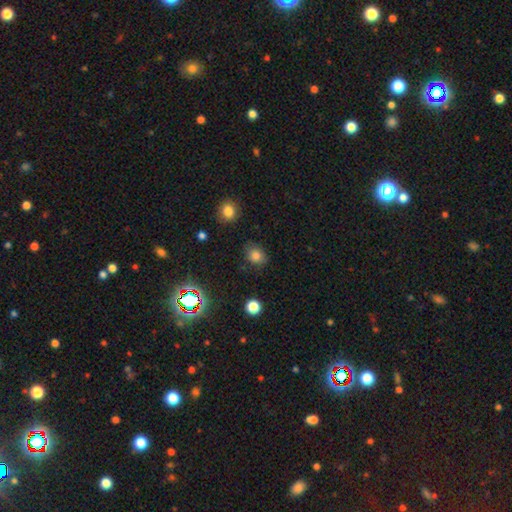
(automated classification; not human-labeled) This is likely a smooth galaxy (79%). How rounded: possibly round (56%). Merging: likely none (77%).